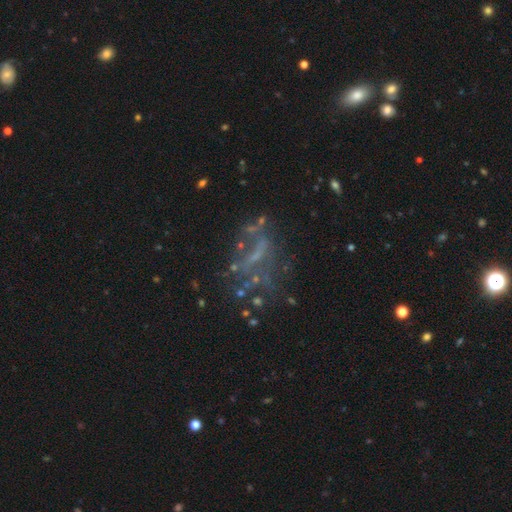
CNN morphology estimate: type=featured or disk (57%); edge-on=no (94%); bar=no (68%); spiral arms=no (82%); bulge=none (69%); merging=none (46%).